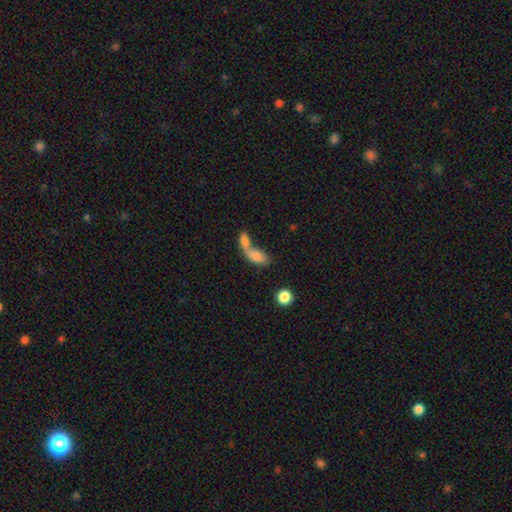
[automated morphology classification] smooth 77%, featured or disk 15%, star or artifact 8%. Down the decision tree: how rounded — in between (83%); merging — merger (71%).